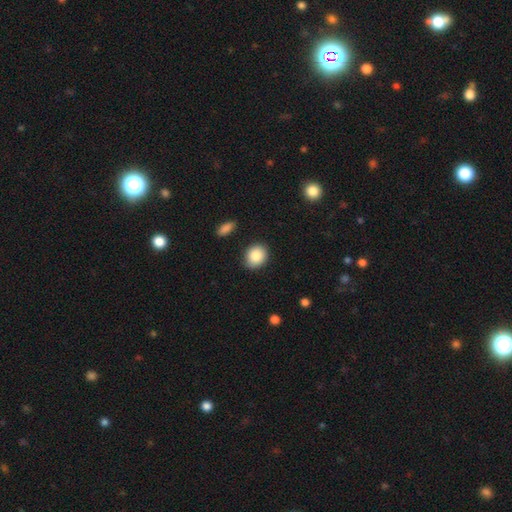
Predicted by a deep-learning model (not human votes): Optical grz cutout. It shows a smooth galaxy with no disk features (87%) that is round (62%). Merging: none (85%).